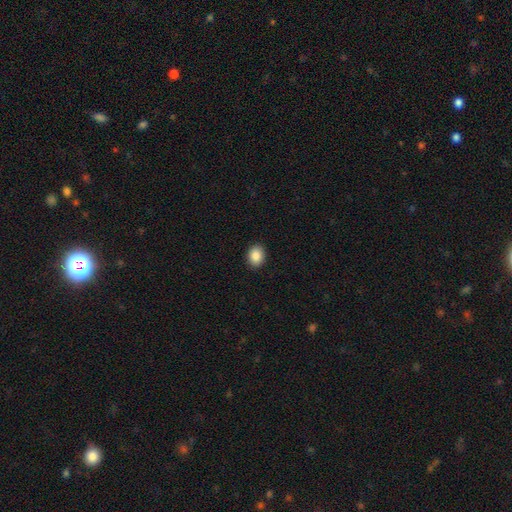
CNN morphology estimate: This appears to be a smooth galaxy with no disk features (88%) that is in between round and cigar-shaped (63%). Merging: none (91%).